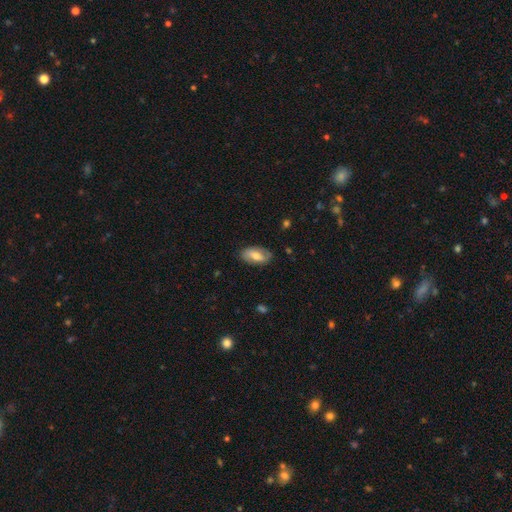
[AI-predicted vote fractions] A smooth galaxy with no disk features (56%) that is in between round and cigar-shaped (92%).

Vote fractions:
- Smooth or featured? smooth: 56% / featured or disk: 37% / star or artifact: 7%
- How rounded? in between: 92% / round: 4% / cigar-shaped: 4%
- Merging? none: 79% / minor disturbance: 16% / major disturbance: 4% / merger: 1%